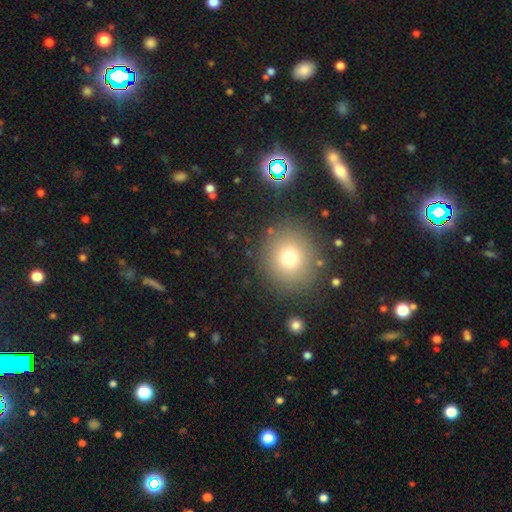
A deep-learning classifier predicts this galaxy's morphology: A smooth galaxy with no disk features (59%) that is round (80%). Merging: none (88%).